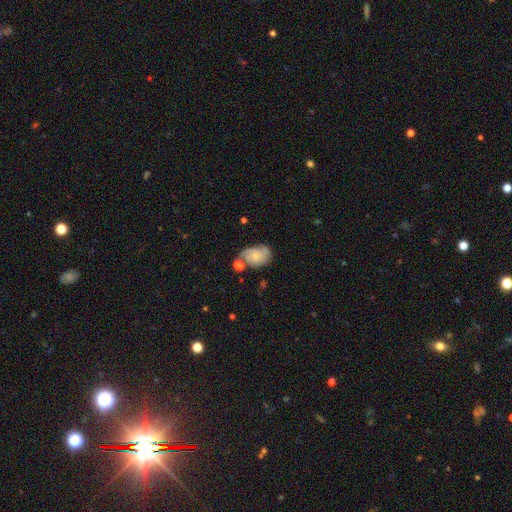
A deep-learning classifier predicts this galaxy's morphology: A featured or disk galaxy (50%).

Vote fractions:
- Smooth or featured? featured or disk: 50% / smooth: 42% / star or artifact: 8%
- Edge-on disk? no: 97% / yes: 3%
- Merging? none: 43% / minor disturbance: 28% / merger: 17% / major disturbance: 12%